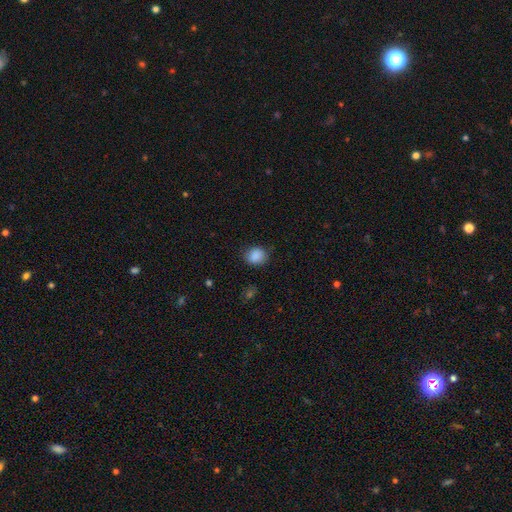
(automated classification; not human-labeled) This appears to be a smooth galaxy with no disk features (88%) that is round (68%). Merging: none (82%).